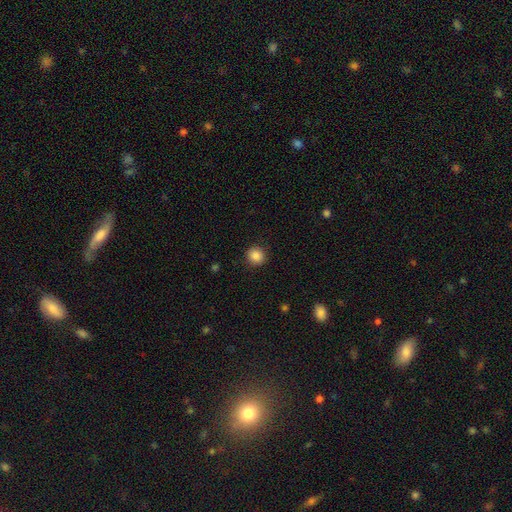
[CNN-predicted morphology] Smooth or featured? smooth (86%)
How rounded? round (89%)
Merging? none (91%)